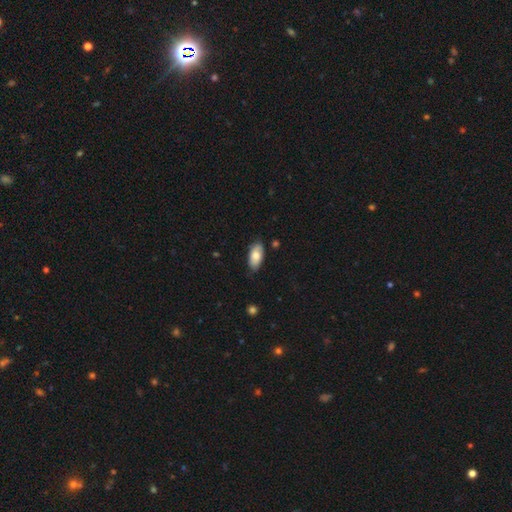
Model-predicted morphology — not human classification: Overall: smooth (78%). How rounded: in between (92%). Merging: none (81%).